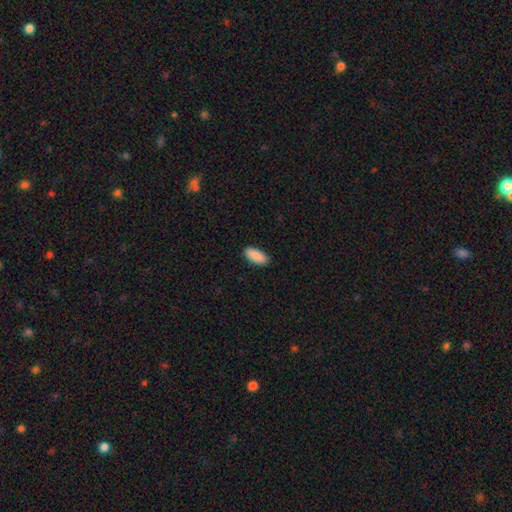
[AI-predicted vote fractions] smooth_or_featured: smooth (p=0.91) [alt: star or artifact p=0.06]
how_rounded: in between (p=0.88) [alt: cigar-shaped p=0.10]
merging: none (p=0.89) [alt: minor disturbance p=0.08]